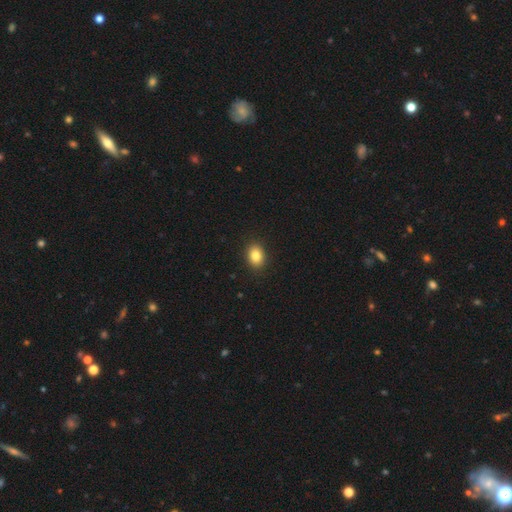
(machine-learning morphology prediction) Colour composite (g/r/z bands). It shows a smooth galaxy with no disk features (84%) that is in between round and cigar-shaped (67%). Merging: none (90%).